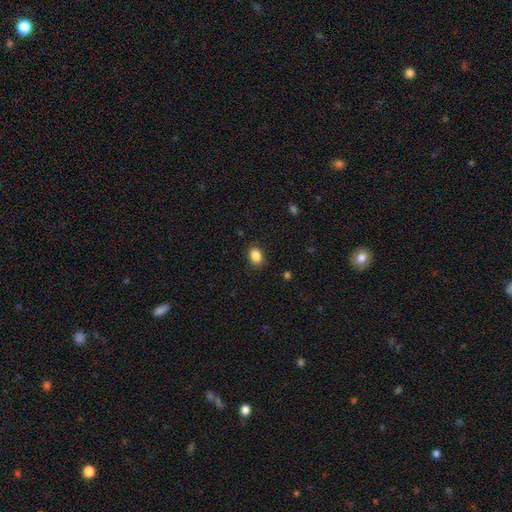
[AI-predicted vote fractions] Smooth or featured: smooth — 87% (star or artifact — 9%)
How rounded: in between — 73% (round — 26%)
Merging: none — 87% (minor disturbance — 9%)